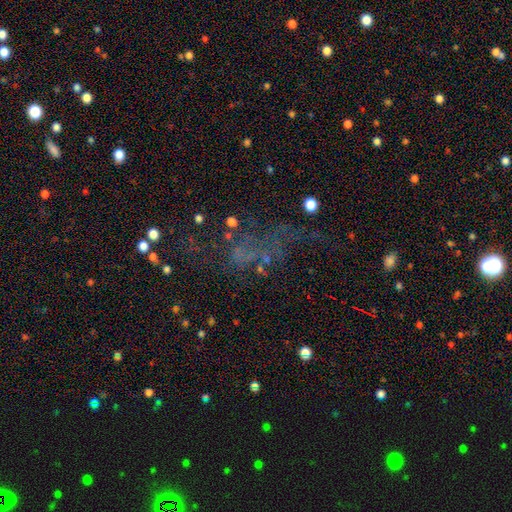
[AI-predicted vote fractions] The model was most divided on "smooth or featured": star or artifact: 50%, smooth: 25%, featured or disk: 25%.